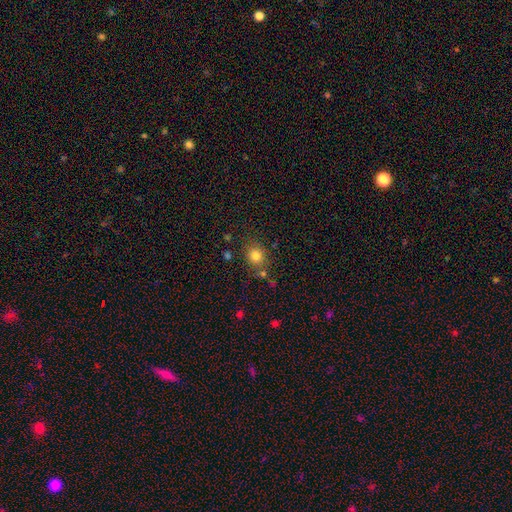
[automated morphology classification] Q: Smooth or featured?
A: smooth (80%); runner-up: star or artifact (13%)
Q: How rounded?
A: round (78%); runner-up: in between (21%)
Q: Merging?
A: none (76%); runner-up: minor disturbance (12%)